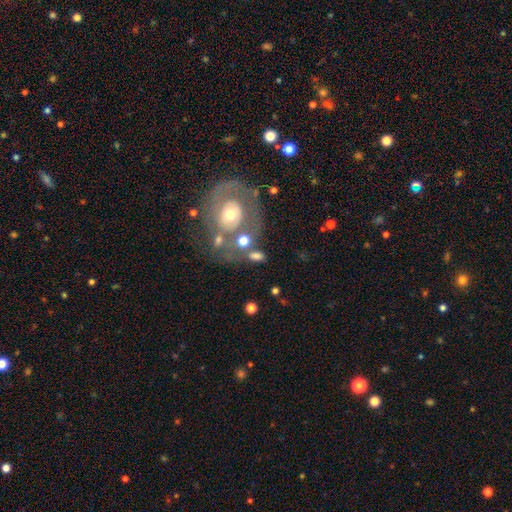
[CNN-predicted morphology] Smooth or featured: smooth — 63% (featured or disk — 26%)
How rounded: in between — 69% (round — 28%)
Merging: none — 49% (merger — 23%)